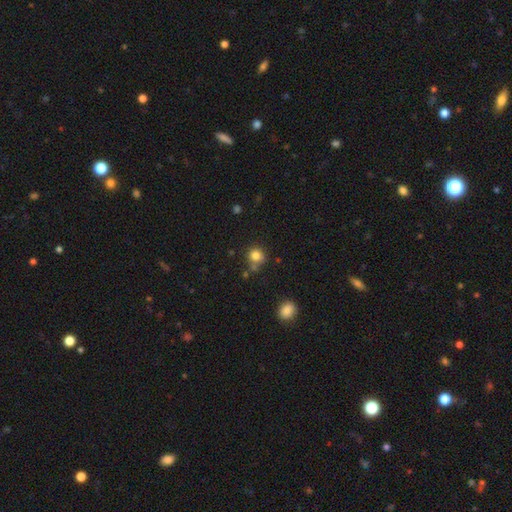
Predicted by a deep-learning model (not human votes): A smooth galaxy with no disk features (81%) that is round (87%). Merging: none (68%).